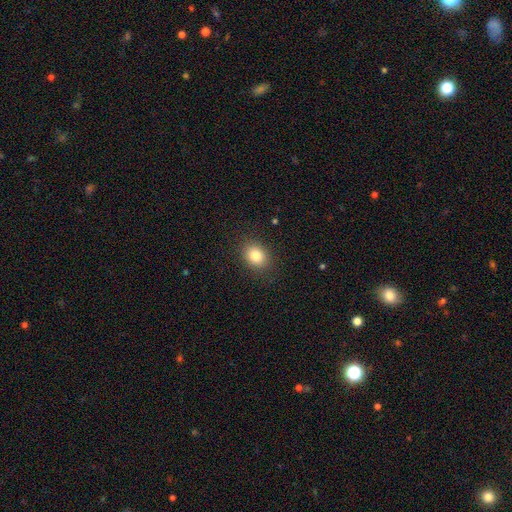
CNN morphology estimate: smooth 82%, star or artifact 10%, featured or disk 8%. Down the decision tree: how rounded — in between (54%); merging — none (88%).